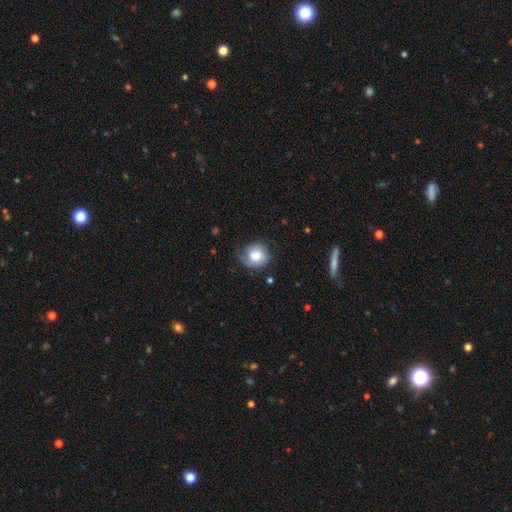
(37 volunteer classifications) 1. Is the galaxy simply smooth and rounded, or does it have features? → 68% smooth, 27% featured or disk, 5% star or artifact.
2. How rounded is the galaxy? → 84% round, 16% in between, 0% cigar-shaped.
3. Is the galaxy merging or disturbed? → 57% none, 34% minor disturbance, 9% major disturbance, 0% merger.